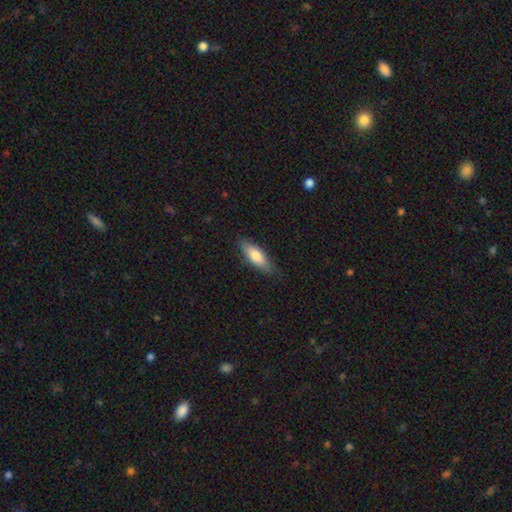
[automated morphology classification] Q: Smooth or featured?
A: smooth (73%); runner-up: featured or disk (21%)
Q: How rounded?
A: in between (58%); runner-up: cigar-shaped (40%)
Q: Merging?
A: none (80%); runner-up: minor disturbance (16%)